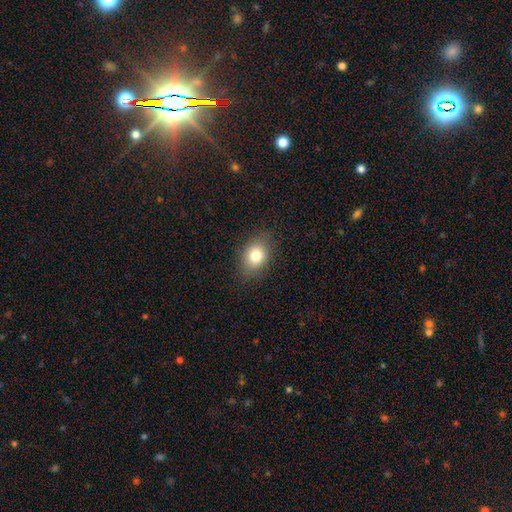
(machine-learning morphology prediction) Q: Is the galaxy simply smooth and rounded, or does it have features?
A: smooth — 79%.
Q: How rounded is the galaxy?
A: in between — 71%.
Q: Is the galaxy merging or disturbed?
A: none — 85%.